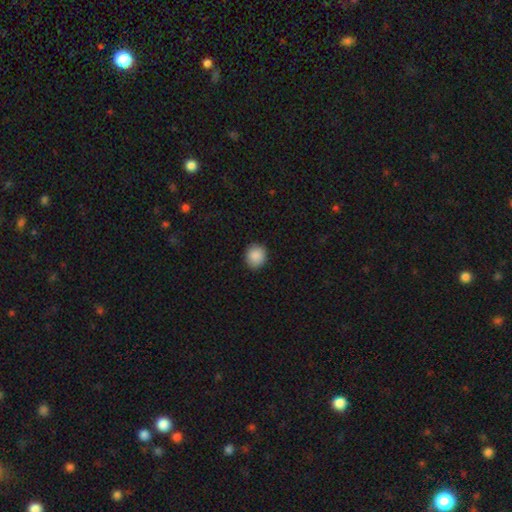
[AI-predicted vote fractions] smooth_or_featured: smooth (p=0.89) [alt: star or artifact p=0.08]
how_rounded: round (p=0.81) [alt: in between p=0.18]
merging: none (p=0.90) [alt: minor disturbance p=0.07]